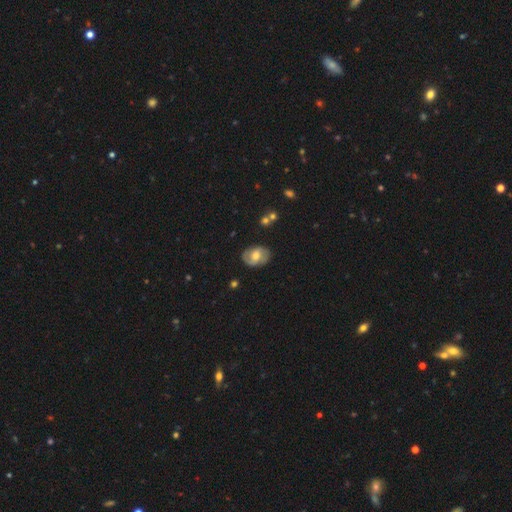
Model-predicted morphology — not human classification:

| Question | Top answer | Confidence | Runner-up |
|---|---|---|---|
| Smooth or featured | featured or disk | 58% | smooth (35%) |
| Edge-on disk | no | 96% | yes (4%) |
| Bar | weak | 45% | no (43%) |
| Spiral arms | yes | 78% | no (22%) |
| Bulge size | moderate | 68% | small (21%) |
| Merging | none | 76% | minor disturbance (17%) |